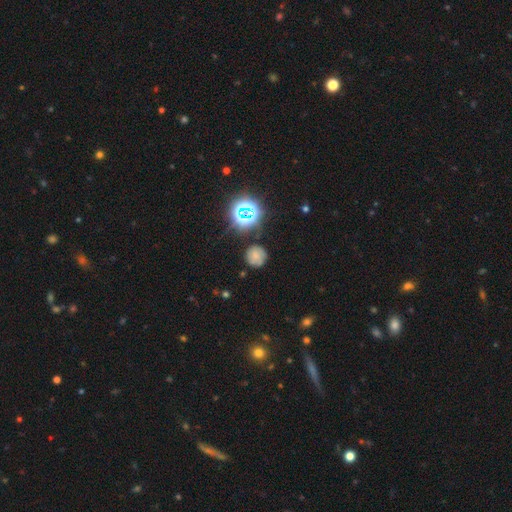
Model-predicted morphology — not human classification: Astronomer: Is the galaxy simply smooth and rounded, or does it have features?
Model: smooth — 64%.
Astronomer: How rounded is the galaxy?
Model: round — 92%.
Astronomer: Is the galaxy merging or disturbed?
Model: none — 75%.